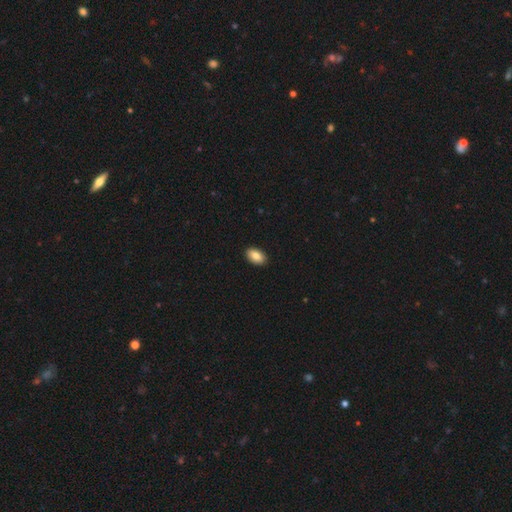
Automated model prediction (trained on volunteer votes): The model was most divided on "smooth or featured": smooth: 86%, featured or disk: 7%, star or artifact: 7%. More confident: how rounded — in between (93%); merging — none (91%).